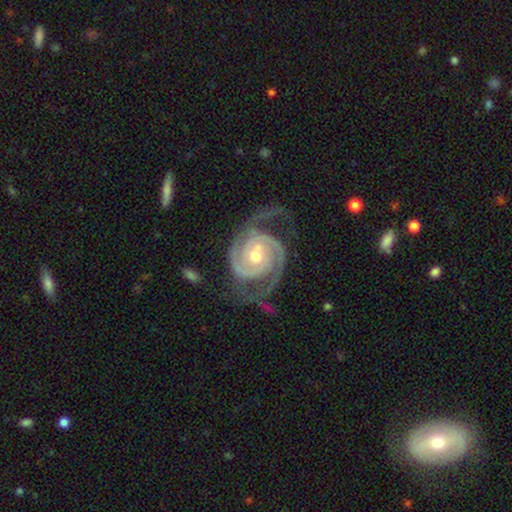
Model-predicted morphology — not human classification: The model was most divided on "spiral winding": tight: 55%, medium: 37%, loose: 8%. More confident: spiral arms — yes (98%); edge-on disk — no (98%); smooth or featured — featured or disk (93%); spiral arm count — 2 (73%); merging — none (67%); bar — no (61%); bulge size — moderate (57%).